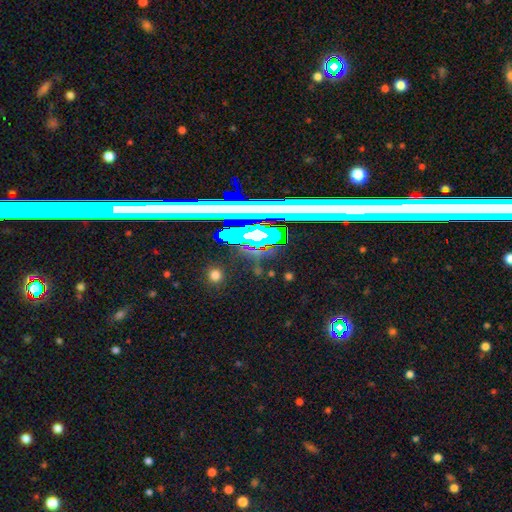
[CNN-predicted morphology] A star or artifact, not a galaxy (59%).